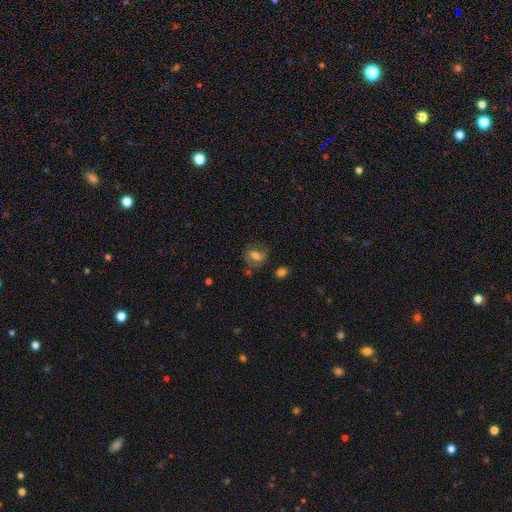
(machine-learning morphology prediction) This appears to be a smooth galaxy with no disk features (58%) that is in between round and cigar-shaped (58%). Merging: none (59%).